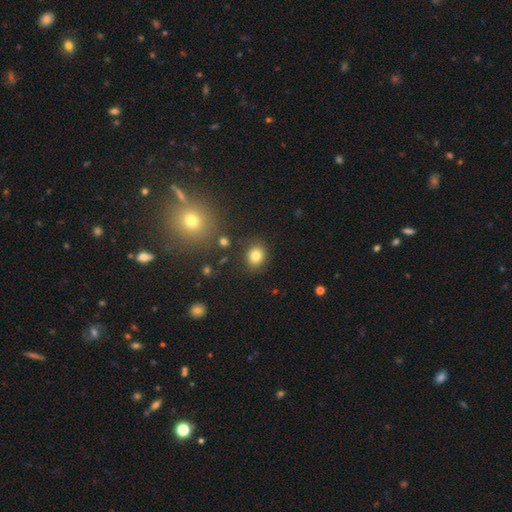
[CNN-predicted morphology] Smooth or featured? smooth (82%)
How rounded? round (73%)
Merging? none (84%)